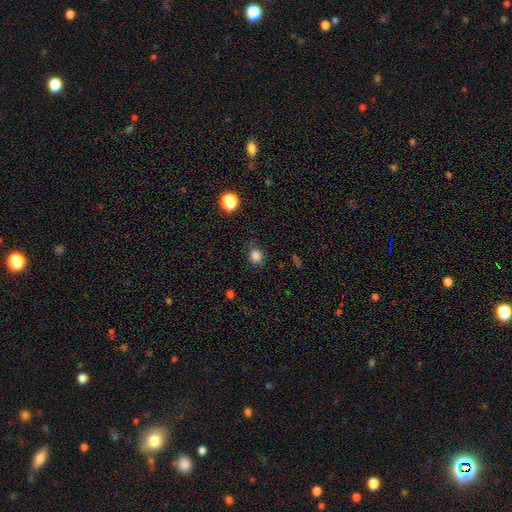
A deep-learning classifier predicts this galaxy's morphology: Smooth or featured: smooth — 83% (star or artifact — 13%)
How rounded: round — 61% (in between — 38%)
Merging: none — 75% (minor disturbance — 18%)